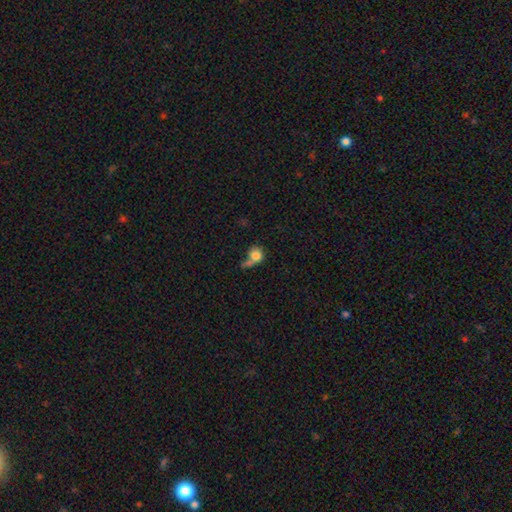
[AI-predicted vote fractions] smooth-or-featured: smooth: 77% | featured or disk: 13% | star or artifact: 9%
  how-rounded: round: 77% | in between: 21% | cigar-shaped: 2%
  merging: merger: 33% | none: 31% | major disturbance: 20% | minor disturbance: 16%